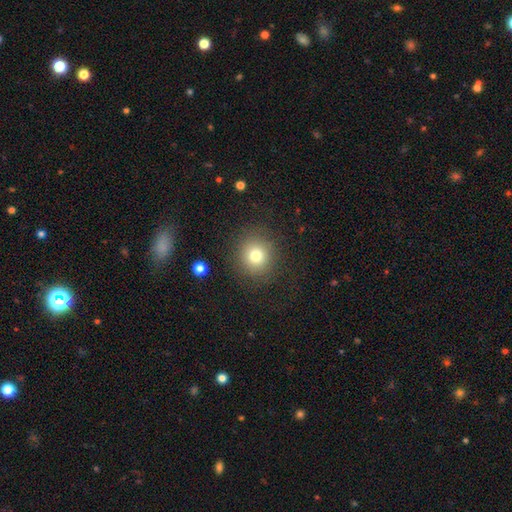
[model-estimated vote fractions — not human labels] Smooth or featured?
  - smooth: 76% *
  - star or artifact: 14%
  - featured or disk: 10%
How rounded?
  - round: 90% *
  - in between: 9%
  - cigar-shaped: 1%
Merging?
  - none: 87% *
  - minor disturbance: 8%
  - major disturbance: 4%
  - merger: 1%